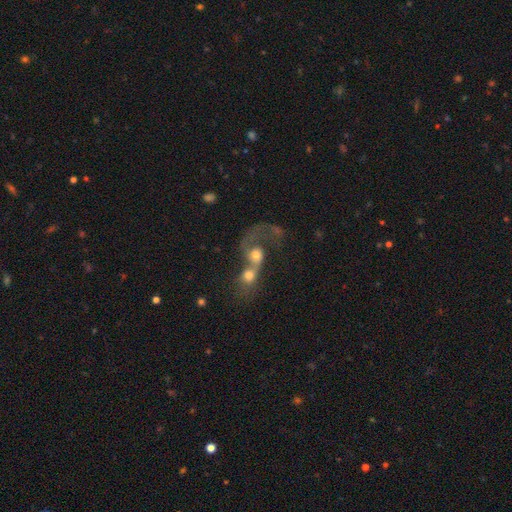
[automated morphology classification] featured or disk 50%, smooth 39%, star or artifact 10%. Down the decision tree: edge-on disk — no (96%); merging — merger (82%).